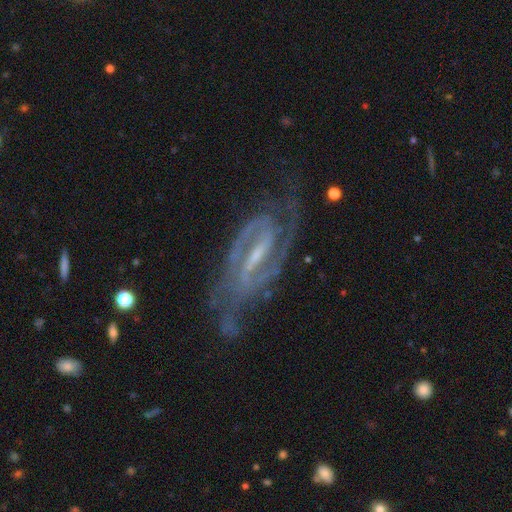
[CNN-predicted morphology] Smooth or featured? featured or disk (91%)
Edge-on disk? no (94%)
Bar? strong (55%)
Spiral arms? yes (98%)
Spiral winding? medium (47%)
Spiral arm count? 2 (84%)
Bulge size? small (65%)
Merging? none (69%)